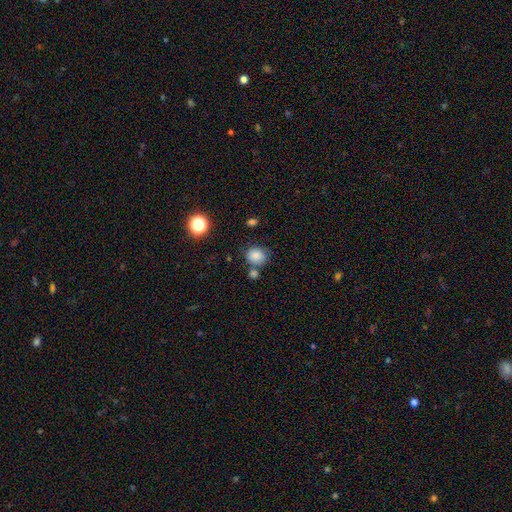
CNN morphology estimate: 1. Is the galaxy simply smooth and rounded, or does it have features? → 83% smooth, 11% star or artifact, 6% featured or disk.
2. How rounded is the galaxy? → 74% round, 25% in between, 1% cigar-shaped.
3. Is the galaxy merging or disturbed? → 66% none, 15% merger, 15% minor disturbance, 4% major disturbance.